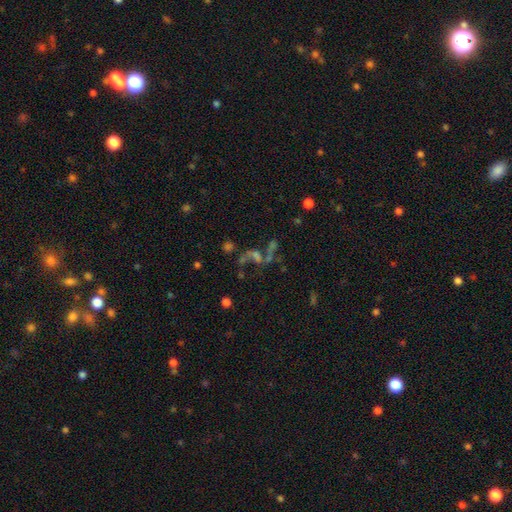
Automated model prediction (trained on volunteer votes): This appears to be a featured or disk galaxy (39%). Merging: none (33%).